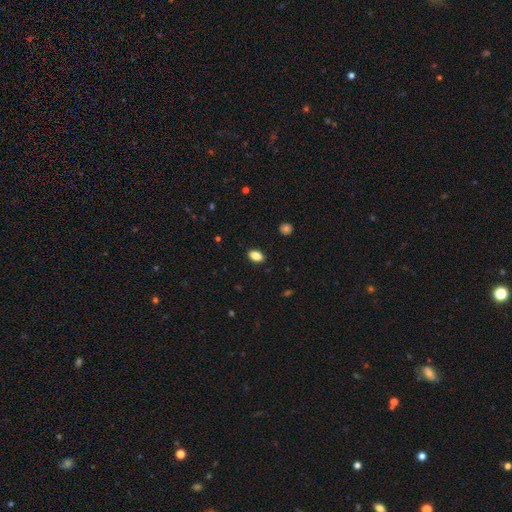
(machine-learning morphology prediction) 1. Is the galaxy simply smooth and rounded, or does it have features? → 85% smooth, 9% star or artifact, 6% featured or disk.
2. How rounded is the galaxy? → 89% in between, 8% round, 3% cigar-shaped.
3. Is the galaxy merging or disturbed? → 89% none, 8% minor disturbance, 2% major disturbance, 1% merger.